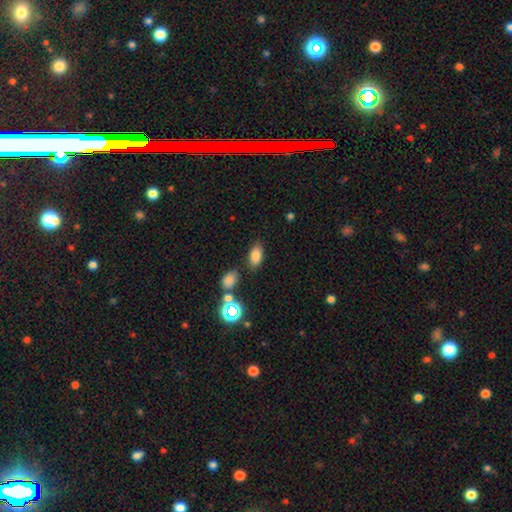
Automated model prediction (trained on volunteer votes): smooth_or_featured: smooth (p=0.81) [alt: star or artifact p=0.12]
how_rounded: in between (p=0.89) [alt: round p=0.06]
merging: none (p=0.78) [alt: minor disturbance p=0.12]